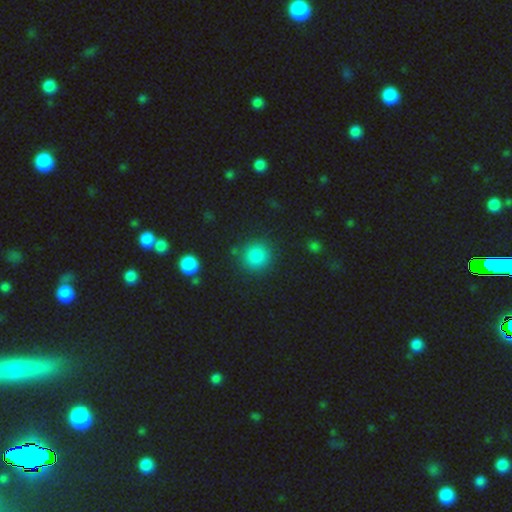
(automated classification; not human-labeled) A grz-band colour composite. It shows a smooth galaxy with no disk features (84%) that is round (91%). Merging: none (87%).